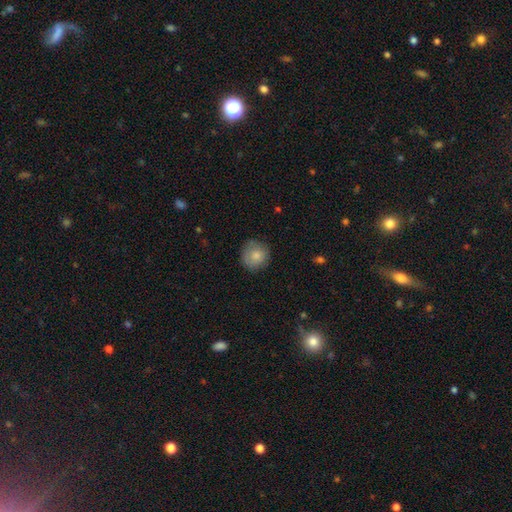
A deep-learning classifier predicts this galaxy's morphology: smooth 83%, featured or disk 10%, star or artifact 8%. Down the decision tree: how rounded — round (91%); merging — none (80%).